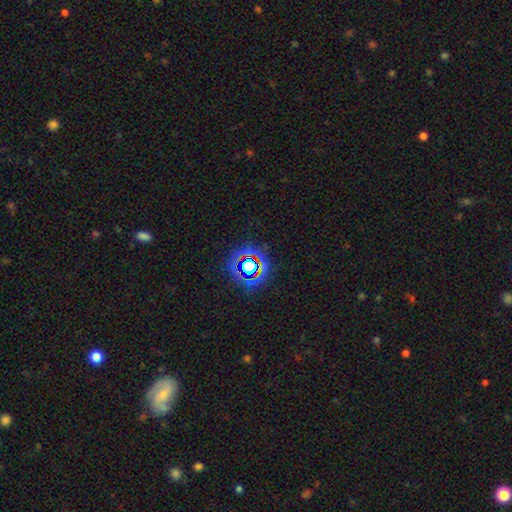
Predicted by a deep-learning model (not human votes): Smooth or featured: star or artifact — 72% (smooth — 17%)